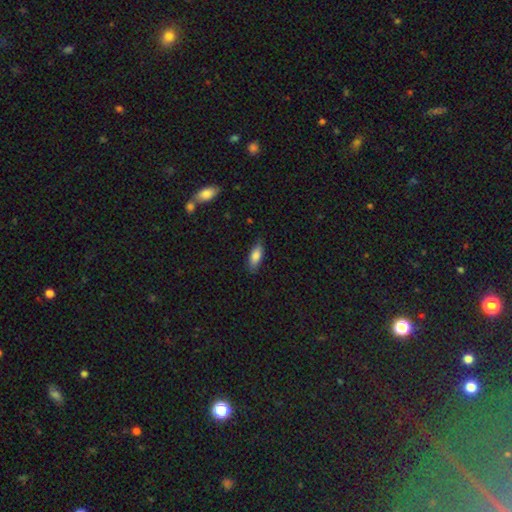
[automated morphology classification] This appears to be a smooth galaxy with no disk features (82%) that is in between round and cigar-shaped (75%). Merging: none (79%).